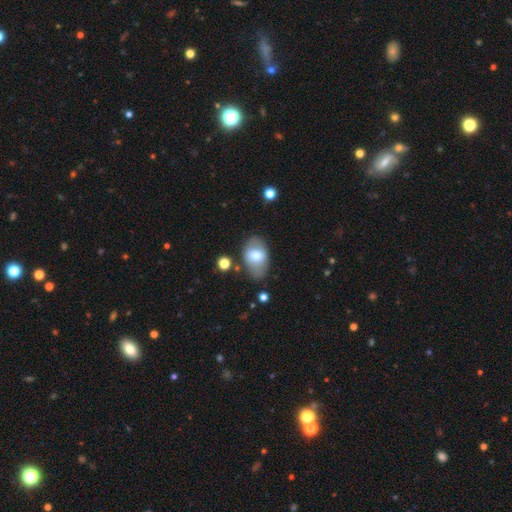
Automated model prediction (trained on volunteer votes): Overall: smooth (66%; featured or disk 27%). How rounded: in between (90%). Merging: none (71%).